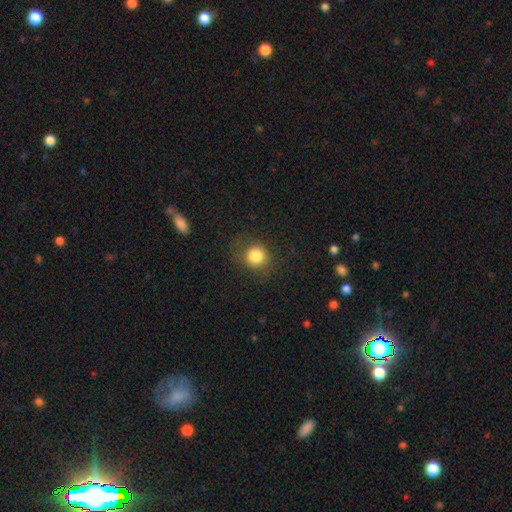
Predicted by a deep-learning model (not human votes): Smooth or featured: smooth — 83% (star or artifact — 10%)
How rounded: round — 83% (in between — 16%)
Merging: none — 78% (minor disturbance — 14%)